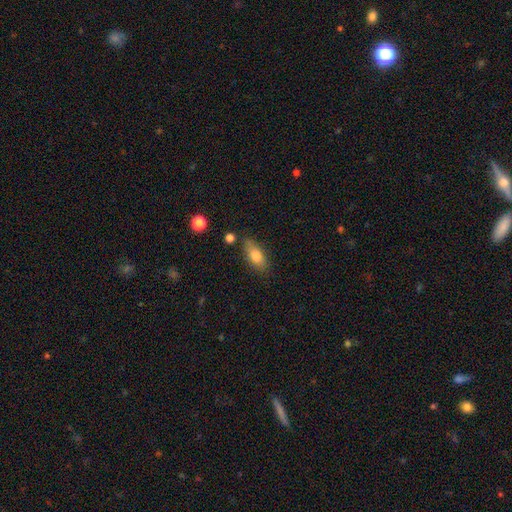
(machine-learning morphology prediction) type=smooth (76%); roundness=in between (78%); merging=none (75%).